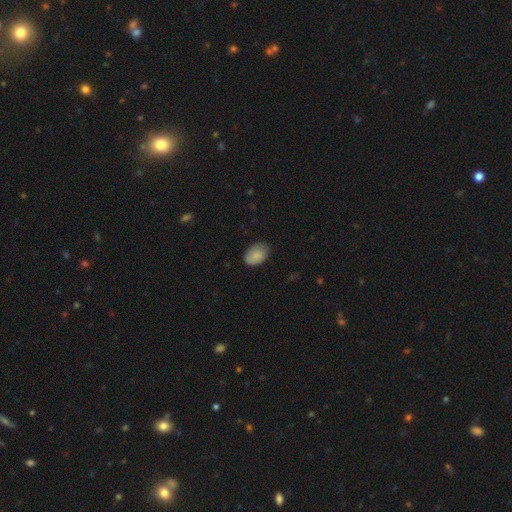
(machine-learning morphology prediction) smooth_or_featured: smooth (p=0.86) [alt: star or artifact p=0.07]
how_rounded: in between (p=0.80) [alt: round p=0.19]
merging: none (p=0.77) [alt: minor disturbance p=0.19]